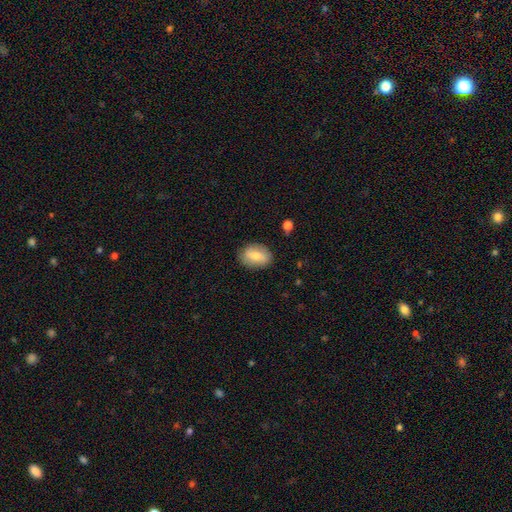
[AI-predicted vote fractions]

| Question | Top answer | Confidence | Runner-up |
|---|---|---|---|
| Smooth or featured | smooth | 70% | featured or disk (23%) |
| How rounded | in between | 79% | round (19%) |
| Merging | none | 83% | minor disturbance (13%) |